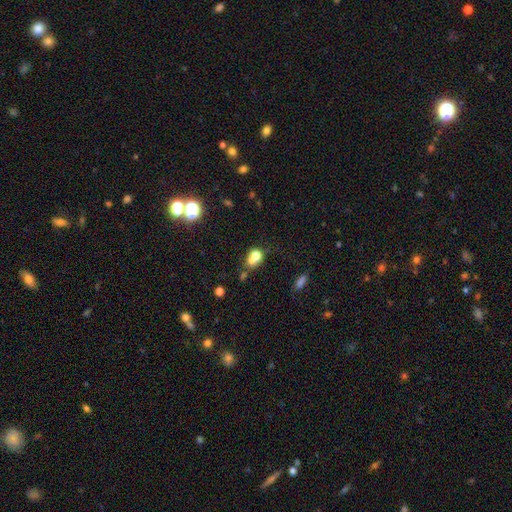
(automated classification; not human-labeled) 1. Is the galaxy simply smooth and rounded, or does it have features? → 69% smooth, 18% featured or disk, 13% star or artifact.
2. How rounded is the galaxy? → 60% round, 38% in between, 2% cigar-shaped.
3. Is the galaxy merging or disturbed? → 55% merger, 27% none, 11% minor disturbance, 7% major disturbance.